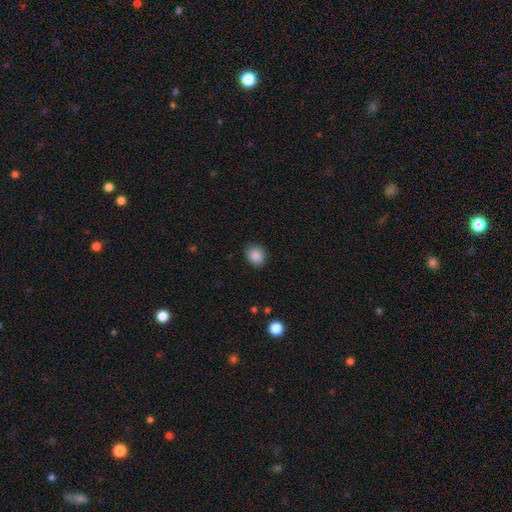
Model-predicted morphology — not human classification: A smooth galaxy with no disk features (88%) that is round (67%). Merging: none (86%).